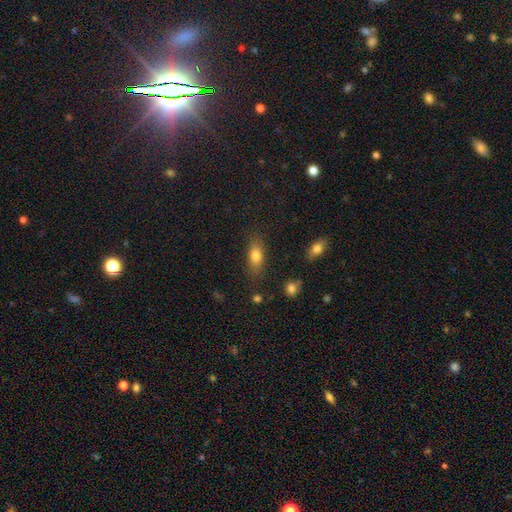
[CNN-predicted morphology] A smooth galaxy with no disk features (79%) that is in between round and cigar-shaped (79%).

Vote fractions:
- Smooth or featured? smooth: 79% / featured or disk: 12% / star or artifact: 9%
- How rounded? in between: 79% / cigar-shaped: 15% / round: 6%
- Merging? none: 79% / minor disturbance: 15% / major disturbance: 4% / merger: 3%